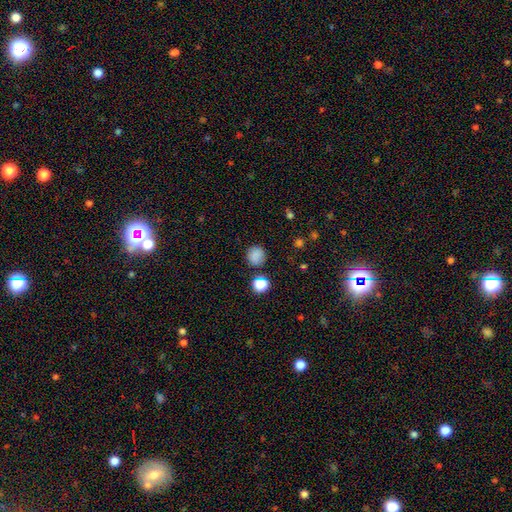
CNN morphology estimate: Smooth or featured? Predicted: smooth (p=0.82). How rounded? Predicted: round (p=0.90). Merging? Predicted: none (p=0.84).